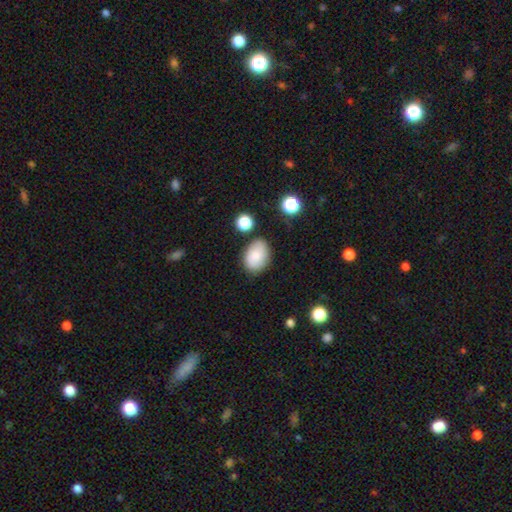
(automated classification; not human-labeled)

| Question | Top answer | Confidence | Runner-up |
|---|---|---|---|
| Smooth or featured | smooth | 82% | featured or disk (10%) |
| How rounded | in between | 81% | round (18%) |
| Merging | none | 78% | minor disturbance (15%) |